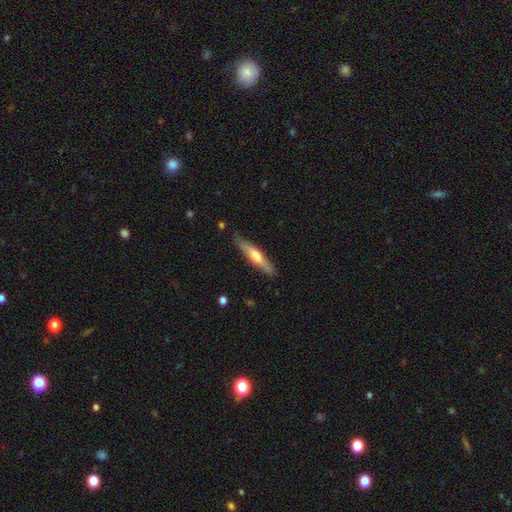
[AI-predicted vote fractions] Overall: smooth (50%; featured or disk 44%). How rounded: cigar-shaped (86%). Merging: none (83%).